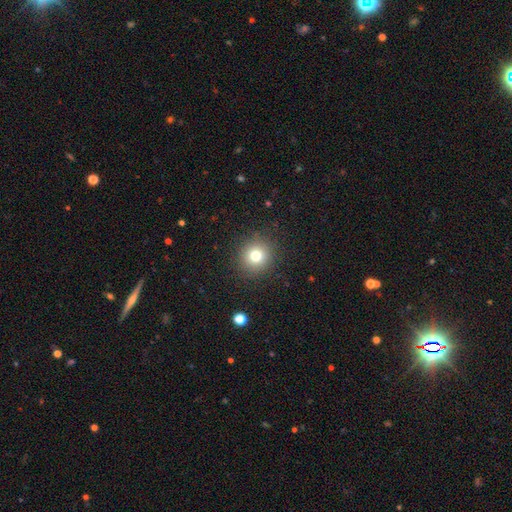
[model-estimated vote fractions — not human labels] Morphology: type=smooth (77%); roundness=round (90%); merging=none (89%).